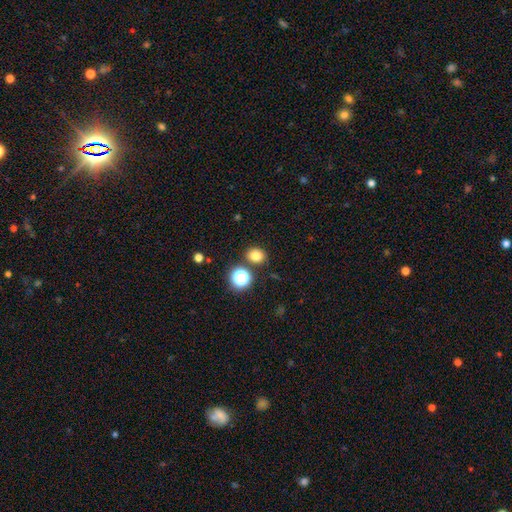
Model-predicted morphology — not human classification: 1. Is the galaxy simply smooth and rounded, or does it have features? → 79% smooth, 16% star or artifact, 6% featured or disk.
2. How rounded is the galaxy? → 65% round, 34% in between, 1% cigar-shaped.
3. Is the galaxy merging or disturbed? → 83% none, 7% minor disturbance, 7% merger, 3% major disturbance.